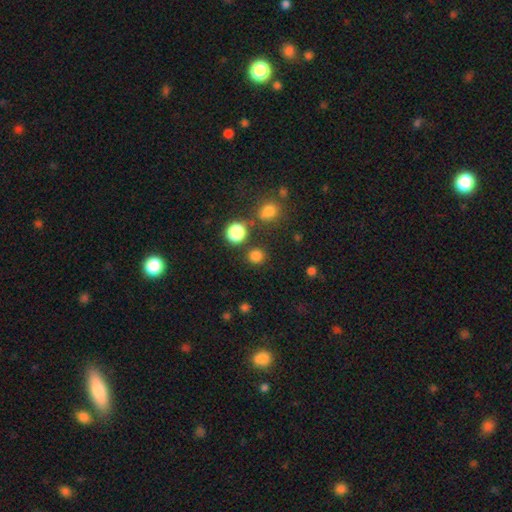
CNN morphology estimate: Smooth or featured? Predicted: smooth (p=0.78). How rounded? Predicted: round (p=0.89). Merging? Predicted: none (p=0.83).